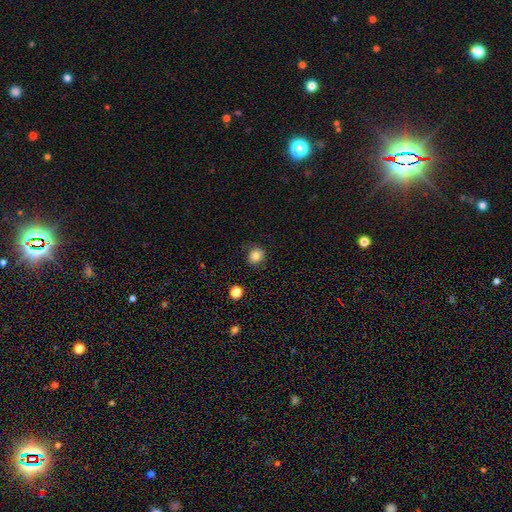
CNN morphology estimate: Smooth or featured? smooth (82%)
How rounded? round (81%)
Merging? none (82%)